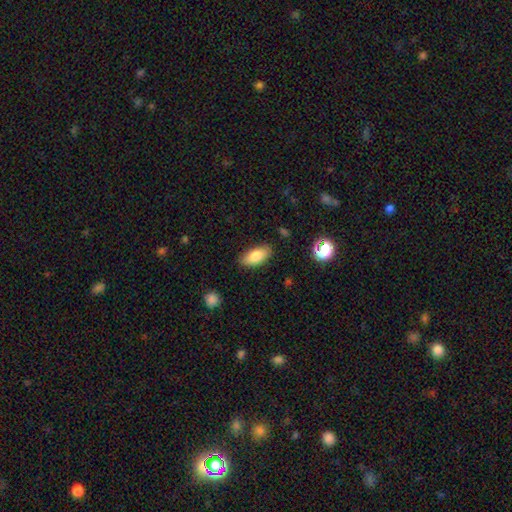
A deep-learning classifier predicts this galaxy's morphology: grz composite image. It shows a smooth galaxy with no disk features (82%) that is in between round and cigar-shaped (90%). Merging: none (84%).